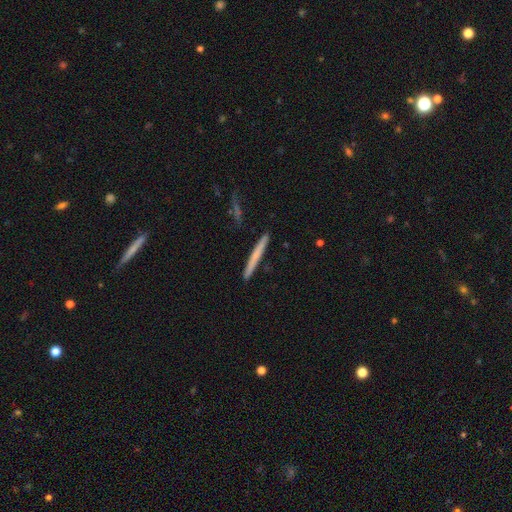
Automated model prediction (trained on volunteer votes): Q: Smooth or featured?
A: smooth (59%); runner-up: featured or disk (35%)
Q: How rounded?
A: cigar-shaped (97%); runner-up: in between (2%)
Q: Merging?
A: none (90%); runner-up: minor disturbance (7%)